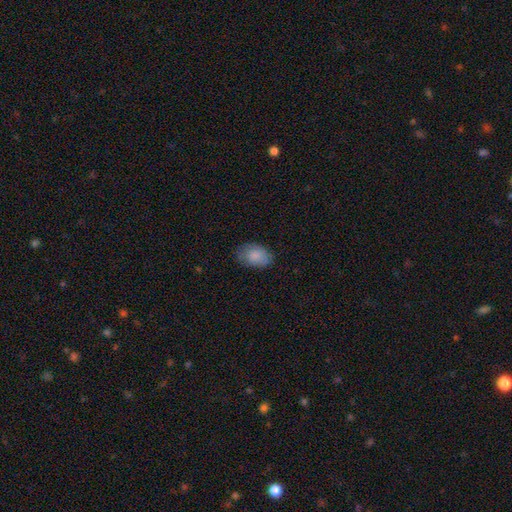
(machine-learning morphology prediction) smooth 85%, featured or disk 8%, star or artifact 7%. Down the decision tree: how rounded — in between (86%); merging — none (75%).